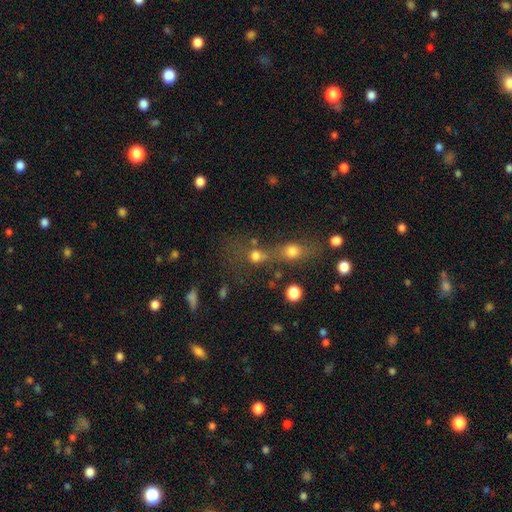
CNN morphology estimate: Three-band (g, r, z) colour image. It shows a smooth galaxy with no disk features (70%) that is round (76%). Merging: merger (45%).